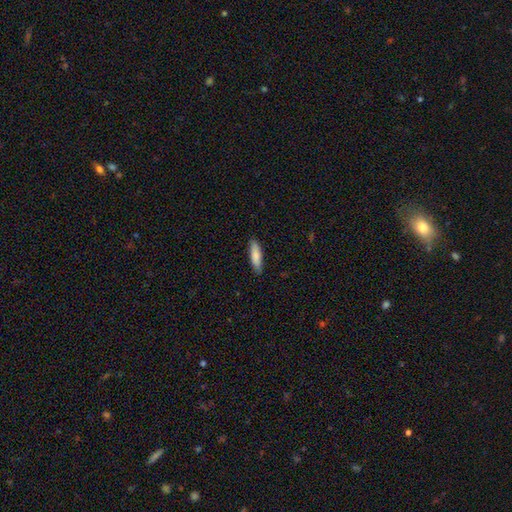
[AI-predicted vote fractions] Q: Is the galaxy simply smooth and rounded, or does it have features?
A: smooth — 84%.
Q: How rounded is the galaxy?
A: cigar-shaped — 66%.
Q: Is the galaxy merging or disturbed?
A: none — 87%.